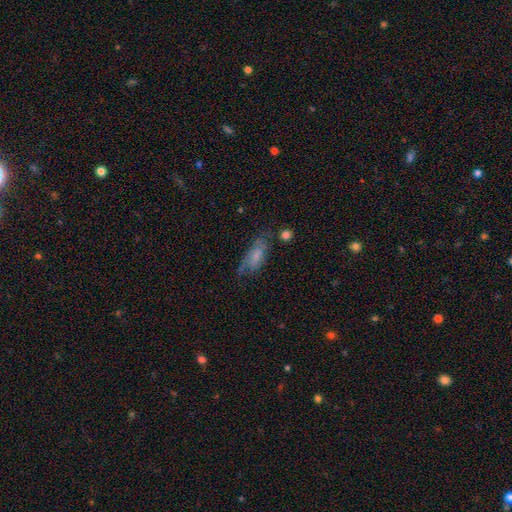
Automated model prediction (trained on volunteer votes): This is possibly a smooth galaxy (59%). How rounded: likely in between (76%). Merging: possibly none (50%).